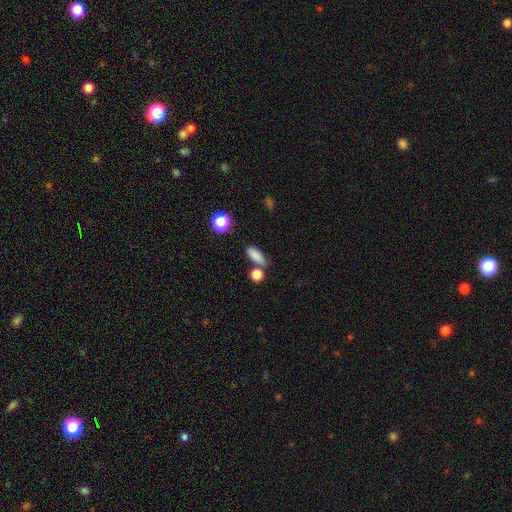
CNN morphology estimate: Q: Smooth or featured?
A: smooth (85%); runner-up: star or artifact (9%)
Q: How rounded?
A: in between (74%); runner-up: cigar-shaped (17%)
Q: Merging?
A: none (67%); runner-up: merger (16%)